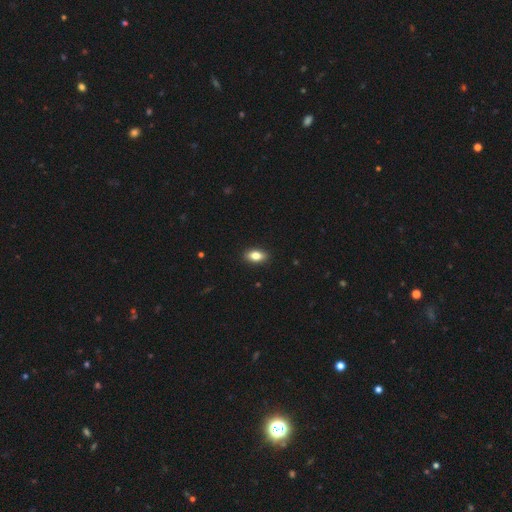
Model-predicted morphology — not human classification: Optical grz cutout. It shows a smooth galaxy with no disk features (81%) that is in between round and cigar-shaped (88%). Merging: none (90%).